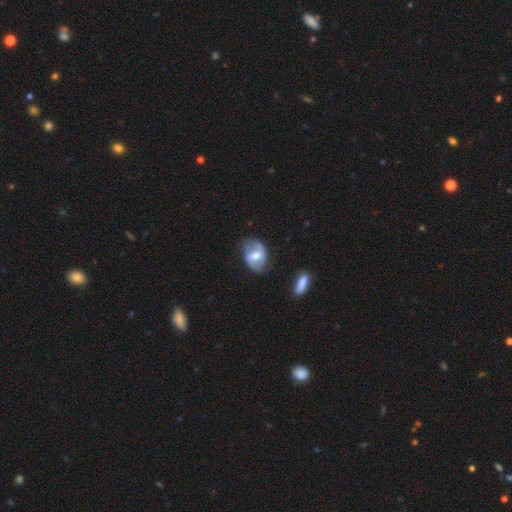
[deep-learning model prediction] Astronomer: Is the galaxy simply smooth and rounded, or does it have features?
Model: featured or disk — 53% (runner-up: smooth, 41%).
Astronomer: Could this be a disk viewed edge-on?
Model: no — 94%.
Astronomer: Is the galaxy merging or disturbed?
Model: none — 64%.